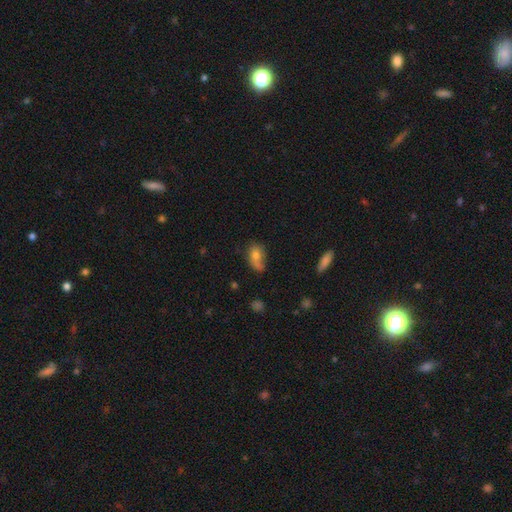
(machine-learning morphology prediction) Smooth or featured: smooth — 68% (featured or disk — 21%)
How rounded: in between — 81% (round — 15%)
Merging: none — 41% (minor disturbance — 31%)